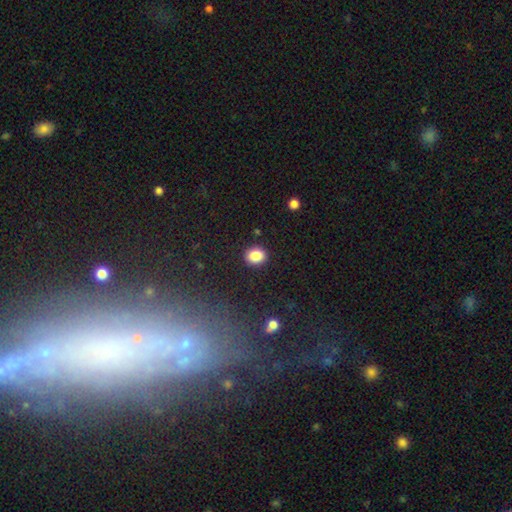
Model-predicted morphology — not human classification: Smooth or featured?
  - smooth: 86% *
  - star or artifact: 9%
  - featured or disk: 4%
How rounded?
  - round: 57% *
  - in between: 42%
  - cigar-shaped: 1%
Merging?
  - none: 89% *
  - minor disturbance: 8%
  - major disturbance: 2%
  - merger: 1%